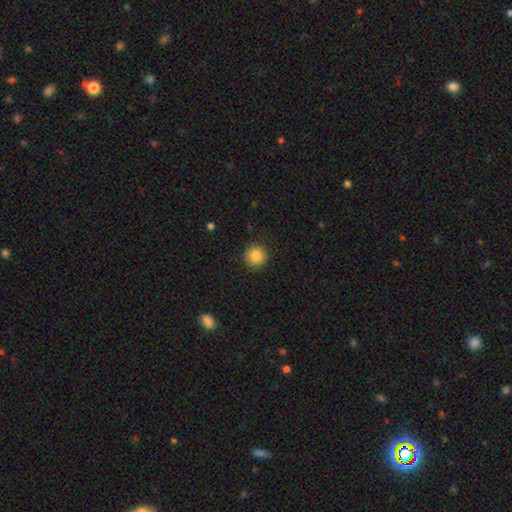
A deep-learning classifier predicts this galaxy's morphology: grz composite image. It shows a smooth galaxy with no disk features (85%) that is round (94%). Merging: none (90%).